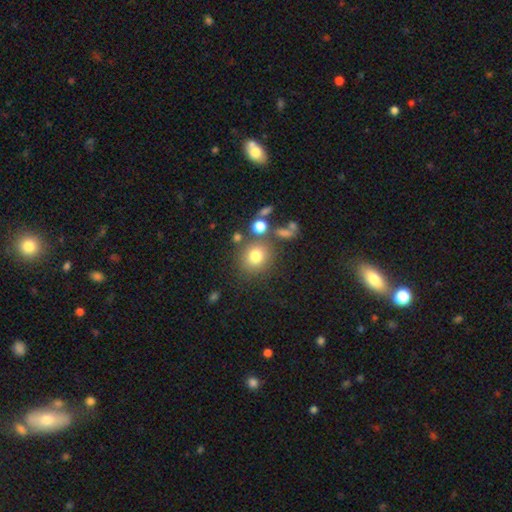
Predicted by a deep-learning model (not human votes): This is likely a smooth galaxy (76%). How rounded: clearly round (87%). Merging: likely none (73%).